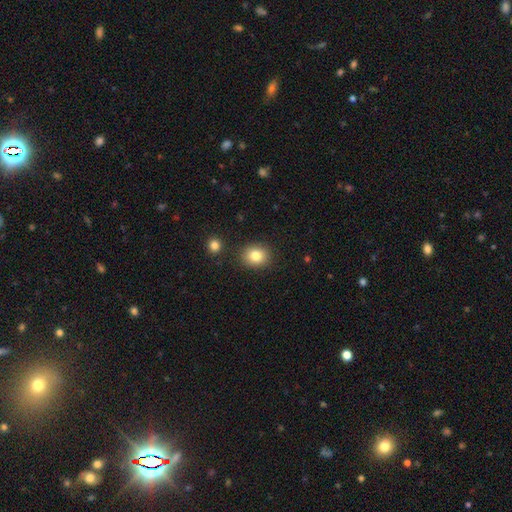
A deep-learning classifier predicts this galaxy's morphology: This is clearly a smooth galaxy (82%). How rounded: likely round (72%). Merging: clearly none (87%).